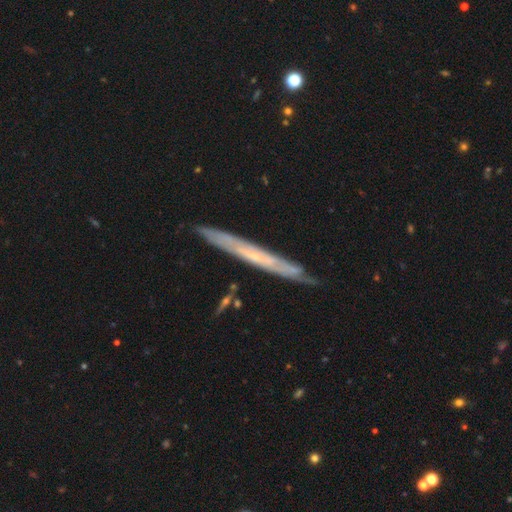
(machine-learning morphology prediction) A featured or disk galaxy (66%) viewed edge-on (84%) with no central bulge (76%). Merging: none (83%).